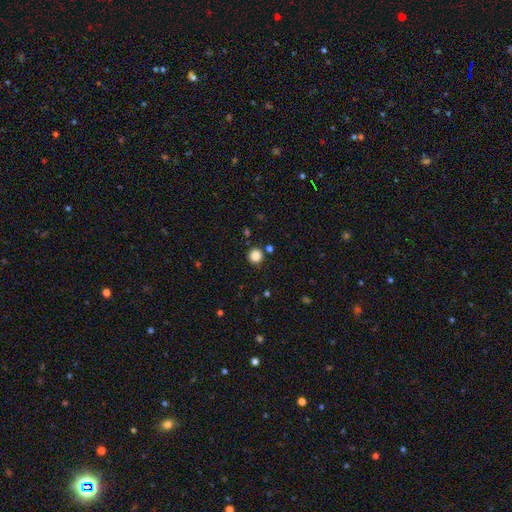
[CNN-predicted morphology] The model was most divided on "smooth or featured": smooth: 86%, star or artifact: 11%, featured or disk: 3%. More confident: how rounded — round (95%); merging — none (88%).